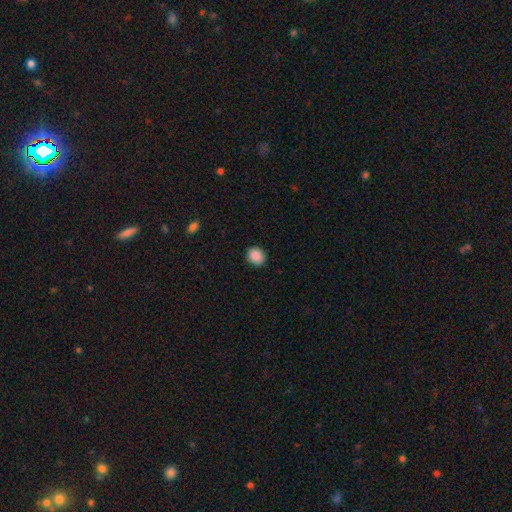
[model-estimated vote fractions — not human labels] Smooth or featured? smooth (89%)
How rounded? round (76%)
Merging? none (89%)